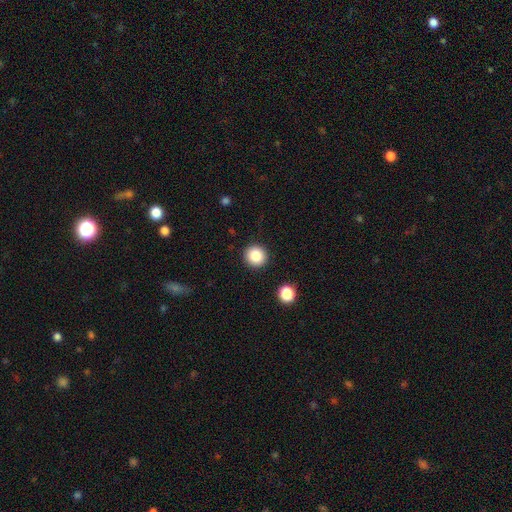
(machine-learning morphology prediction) Overall: smooth (85%). How rounded: round (92%). Merging: none (91%).